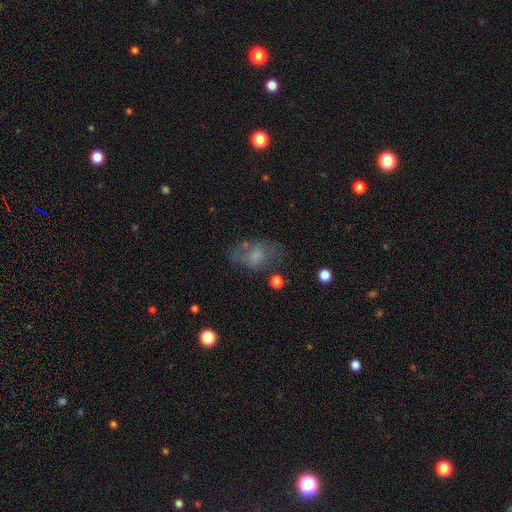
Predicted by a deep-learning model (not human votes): The model was most divided on "smooth or featured": smooth: 56%, featured or disk: 31%, star or artifact: 12%. More confident: how rounded — in between (82%); merging — none (54%).